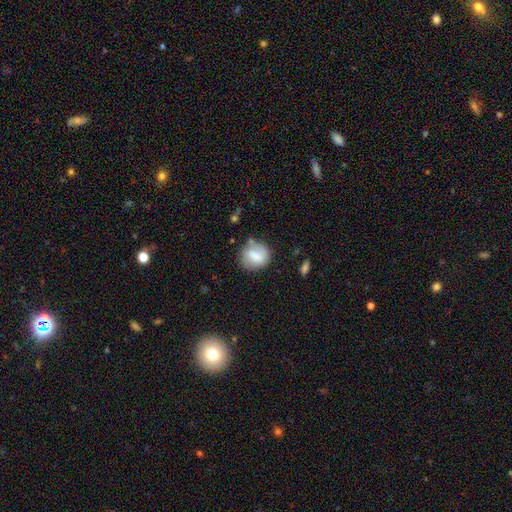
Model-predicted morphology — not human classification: smooth_or_featured: smooth (p=0.71) [alt: featured or disk p=0.22]
how_rounded: round (p=0.73) [alt: in between p=0.26]
merging: none (p=0.65) [alt: minor disturbance p=0.22]